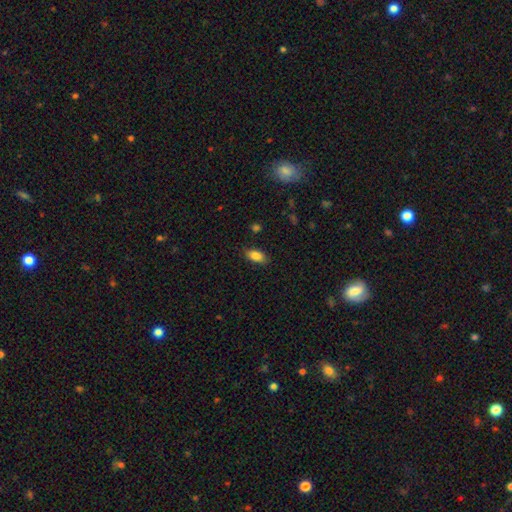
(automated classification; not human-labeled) smooth 85%, star or artifact 8%, featured or disk 7%. Down the decision tree: how rounded — in between (89%); merging — none (85%).